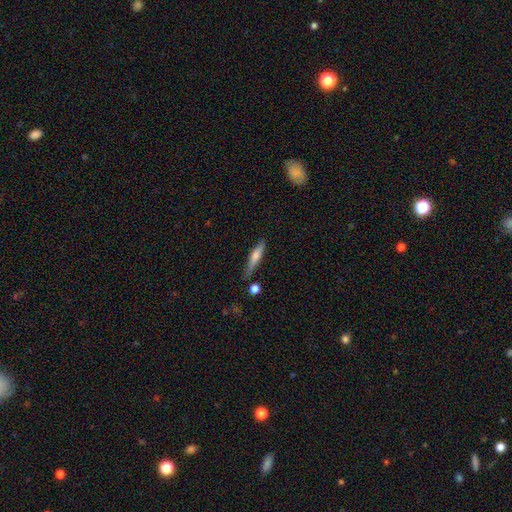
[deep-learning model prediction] Morphology: type=smooth (57%); roundness=cigar-shaped (84%); merging=none (74%).